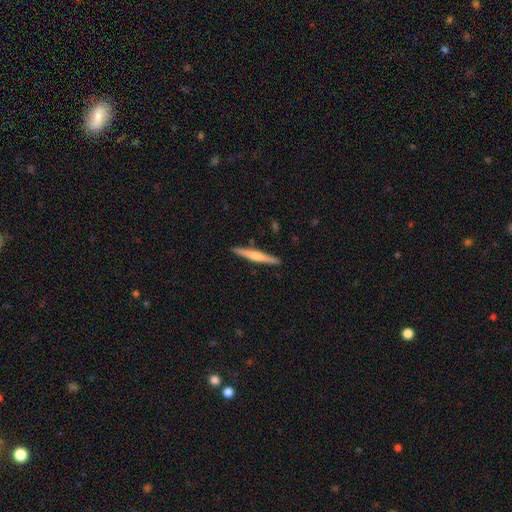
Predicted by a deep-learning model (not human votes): Morphology: type=featured or disk (58%); edge-on=yes (98%); edge-on bulge=rounded (74%); merging=none (91%).